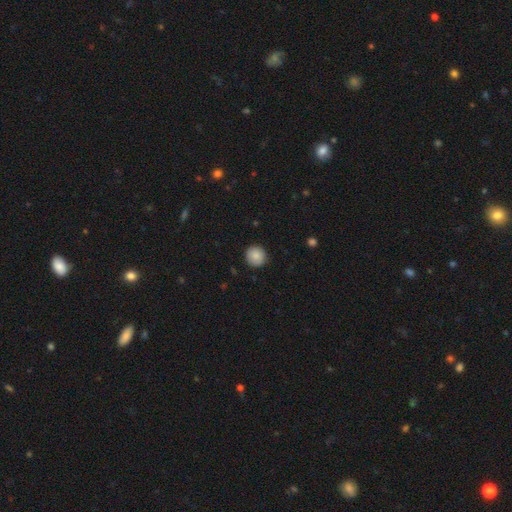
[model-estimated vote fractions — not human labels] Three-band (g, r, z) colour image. It shows a smooth galaxy with no disk features (88%) that is round (95%). Merging: none (91%).